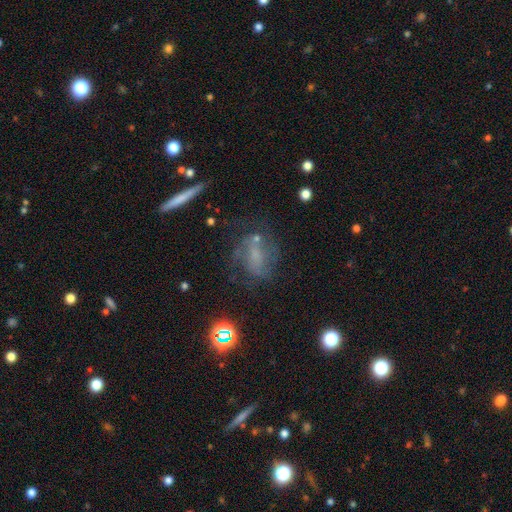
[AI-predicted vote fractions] Smooth or featured? featured or disk (48%)
Merging? none (55%)